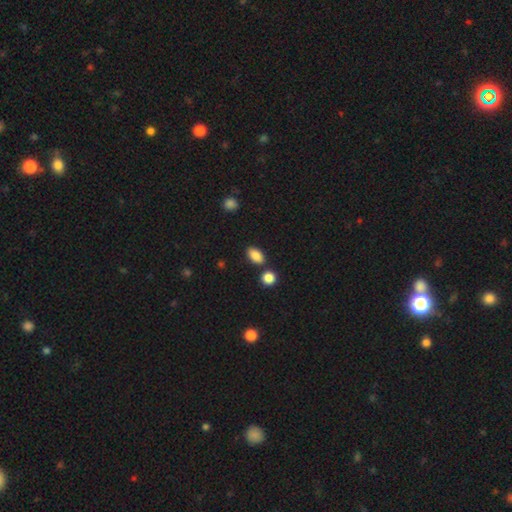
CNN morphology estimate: Smooth or featured? Predicted: smooth (p=0.86). How rounded? Predicted: in between (p=0.88). Merging? Predicted: none (p=0.78).